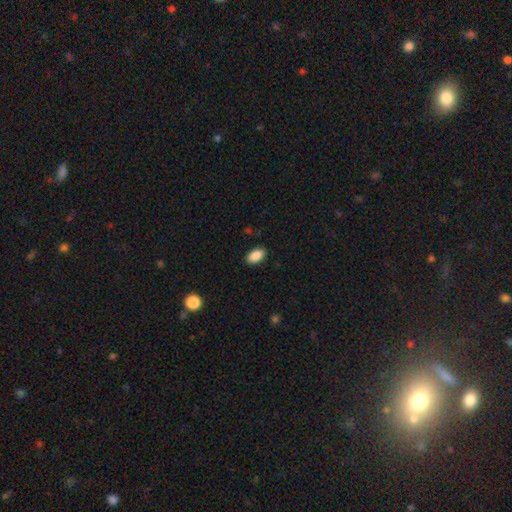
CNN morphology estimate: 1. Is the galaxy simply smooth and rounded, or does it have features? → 89% smooth, 8% star or artifact, 3% featured or disk.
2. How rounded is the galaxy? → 93% in between, 5% round, 2% cigar-shaped.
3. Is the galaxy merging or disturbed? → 89% none, 8% minor disturbance, 2% major disturbance, 1% merger.